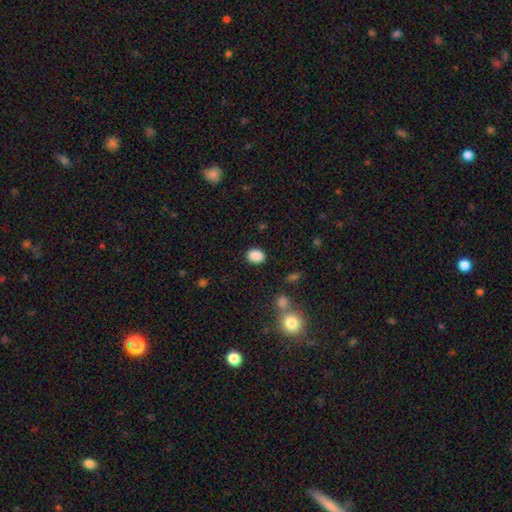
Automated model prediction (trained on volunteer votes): A smooth galaxy with no disk features (88%) that is in between round and cigar-shaped (65%). Merging: none (86%).